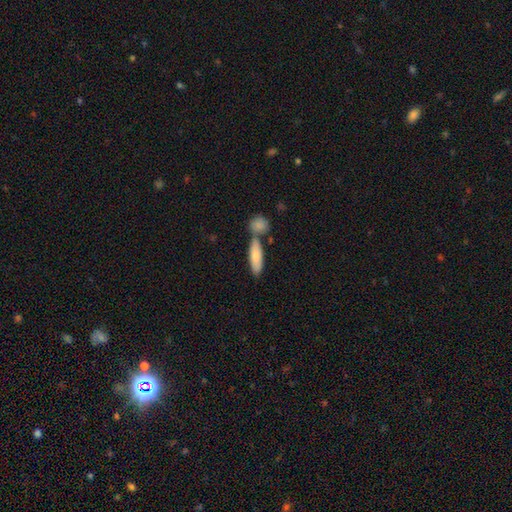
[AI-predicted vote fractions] Smooth or featured? smooth (78%)
How rounded? in between (52%)
Merging? none (60%)